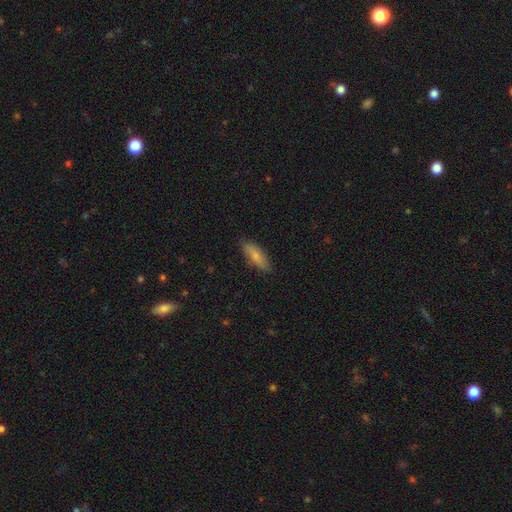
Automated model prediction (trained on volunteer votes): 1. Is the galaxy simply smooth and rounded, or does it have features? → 74% smooth, 20% featured or disk, 6% star or artifact.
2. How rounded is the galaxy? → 54% in between, 44% cigar-shaped, 2% round.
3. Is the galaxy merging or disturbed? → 82% none, 14% minor disturbance, 2% major disturbance, 1% merger.